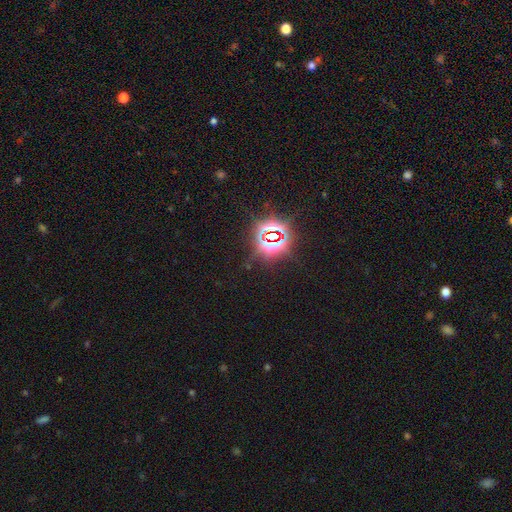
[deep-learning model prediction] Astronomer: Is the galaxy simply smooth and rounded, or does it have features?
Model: star or artifact — 84%.